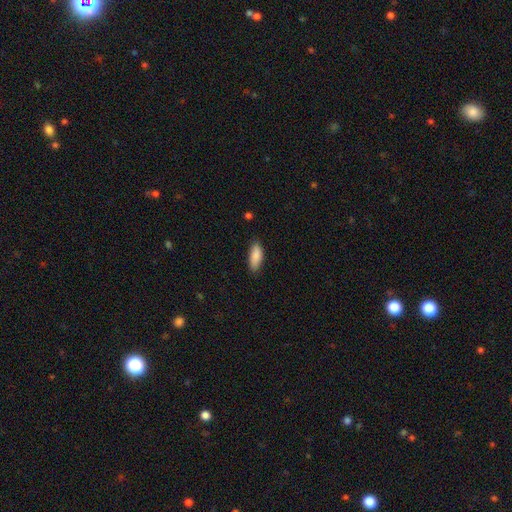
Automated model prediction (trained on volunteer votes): A smooth galaxy with no disk features (88%) that is in between round and cigar-shaped (79%).

Vote fractions:
- Smooth or featured? smooth: 88% / star or artifact: 6% / featured or disk: 6%
- How rounded? in between: 79% / cigar-shaped: 19% / round: 2%
- Merging? none: 83% / minor disturbance: 14% / major disturbance: 2% / merger: 1%